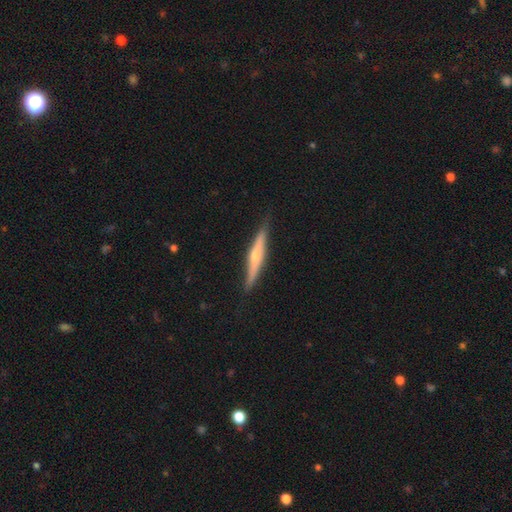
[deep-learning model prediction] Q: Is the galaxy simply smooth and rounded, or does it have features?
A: featured or disk — 68%.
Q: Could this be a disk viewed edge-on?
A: yes — 95%.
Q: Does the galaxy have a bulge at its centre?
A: rounded — 78%.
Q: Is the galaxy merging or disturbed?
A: none — 87%.